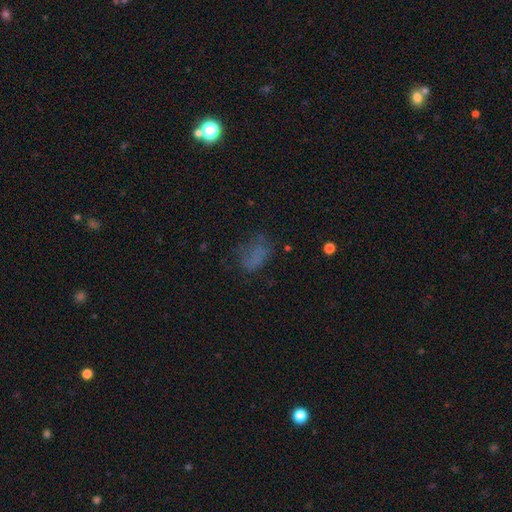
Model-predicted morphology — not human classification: The model was most divided on "merging": none: 46%, major disturbance: 27%, minor disturbance: 24%, merger: 3%. More confident: how rounded — in between (80%); smooth or featured — smooth (56%).